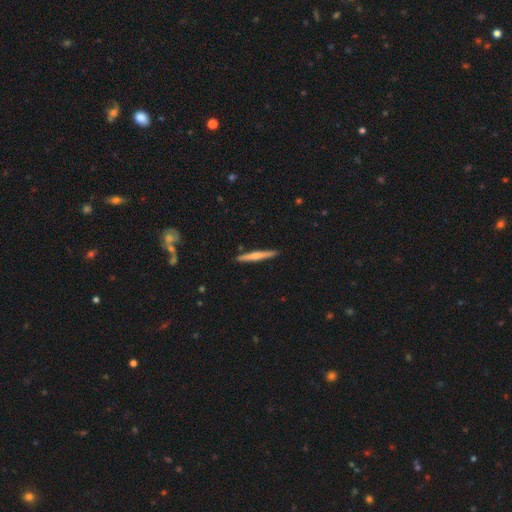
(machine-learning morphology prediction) Smooth or featured? Predicted: smooth (p=0.51). How rounded? Predicted: cigar-shaped (p=0.96). Merging? Predicted: none (p=0.90).